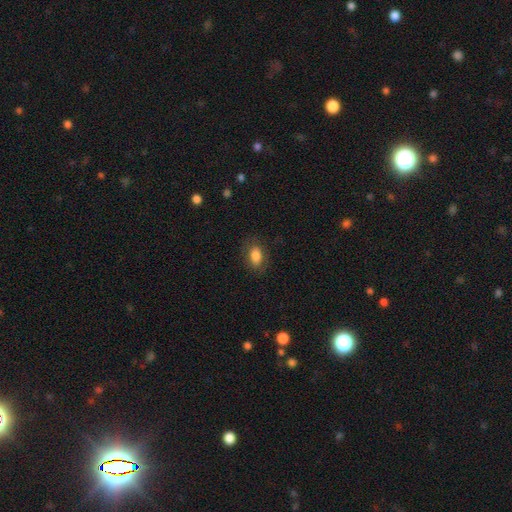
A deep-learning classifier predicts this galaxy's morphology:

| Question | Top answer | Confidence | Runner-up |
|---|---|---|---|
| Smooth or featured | smooth | 81% | featured or disk (11%) |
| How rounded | in between | 86% | round (11%) |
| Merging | none | 80% | minor disturbance (14%) |